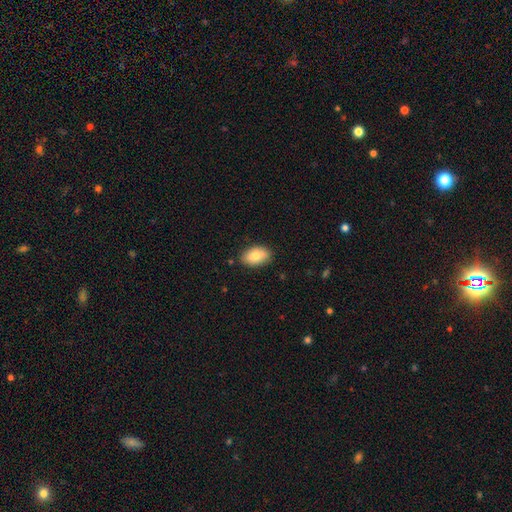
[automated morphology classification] A smooth galaxy with no disk features (81%) that is in between round and cigar-shaped (91%).

Vote fractions:
- Smooth or featured? smooth: 81% / featured or disk: 12% / star or artifact: 7%
- How rounded? in between: 91% / round: 8% / cigar-shaped: 1%
- Merging? none: 85% / minor disturbance: 12% / major disturbance: 2% / merger: 1%